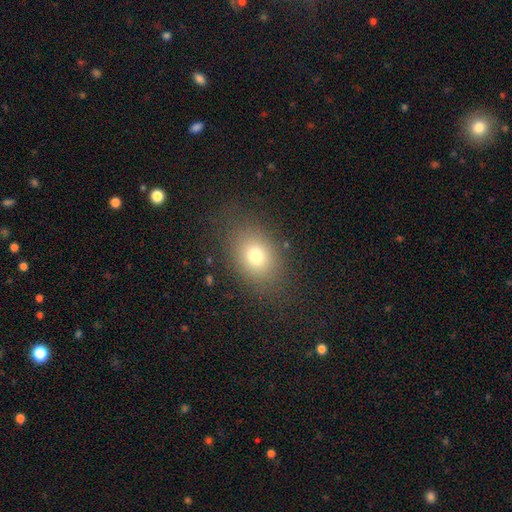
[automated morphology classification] Overall: smooth (75%). How rounded: in between (67%; round 32%). Merging: none (79%).